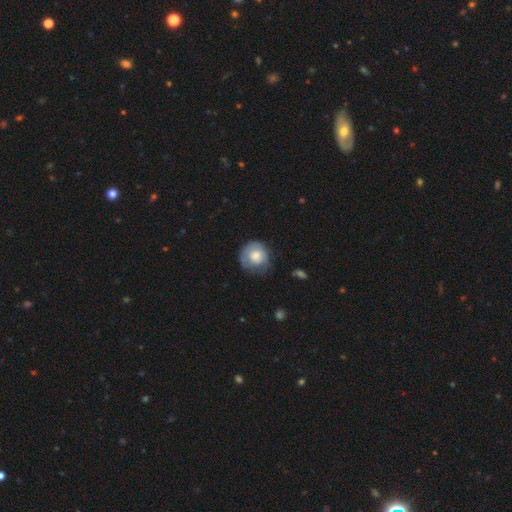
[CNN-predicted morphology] A smooth galaxy with no disk features (65%) that is round (88%).

Vote fractions:
- Smooth or featured? smooth: 65% / featured or disk: 29% / star or artifact: 7%
- How rounded? round: 88% / in between: 11% / cigar-shaped: 1%
- Merging? none: 58% / minor disturbance: 29% / major disturbance: 12% / merger: 2%